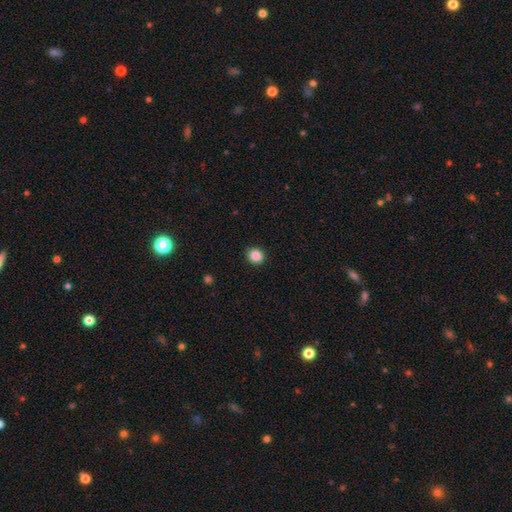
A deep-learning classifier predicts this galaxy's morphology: smooth_or_featured: smooth (p=0.87) [alt: star or artifact p=0.10]
how_rounded: round (p=0.79) [alt: in between p=0.20]
merging: none (p=0.89) [alt: minor disturbance p=0.07]